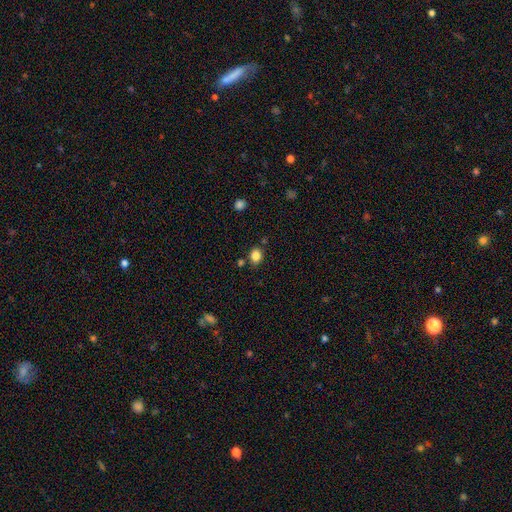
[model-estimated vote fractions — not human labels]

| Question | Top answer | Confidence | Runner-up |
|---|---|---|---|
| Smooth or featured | smooth | 83% | star or artifact (12%) |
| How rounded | in between | 50% | round (49%) |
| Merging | none | 80% | minor disturbance (12%) |